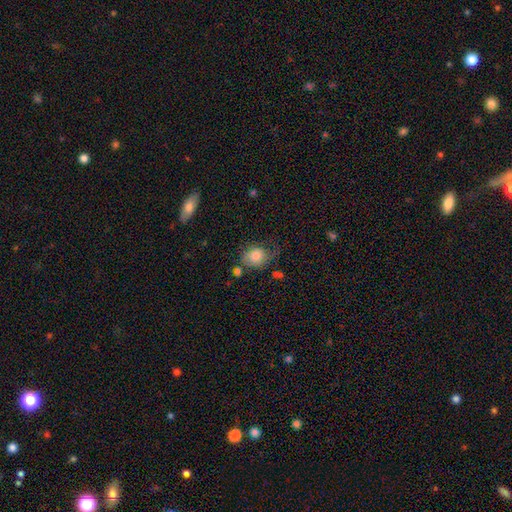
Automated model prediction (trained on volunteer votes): Smooth or featured? smooth (78%)
How rounded? round (58%)
Merging? none (46%)